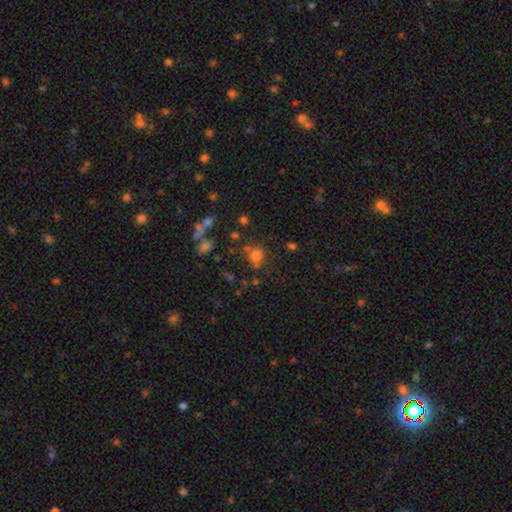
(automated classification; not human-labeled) Smooth or featured? smooth (63%)
How rounded? round (61%)
Merging? none (55%)